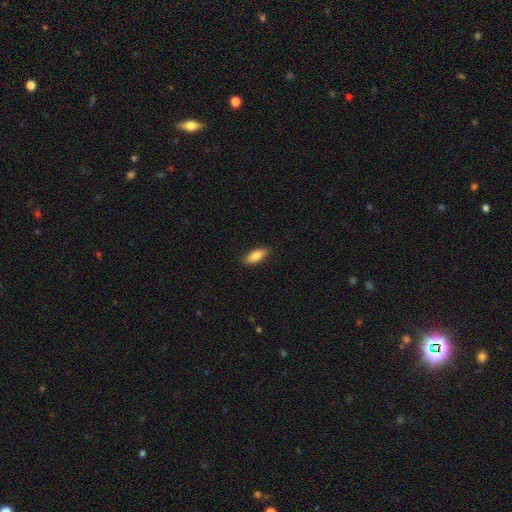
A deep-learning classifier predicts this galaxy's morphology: smooth_or_featured: smooth (p=0.82) [alt: featured or disk p=0.12]
how_rounded: in between (p=0.77) [alt: cigar-shaped p=0.21]
merging: none (p=0.88) [alt: minor disturbance p=0.09]